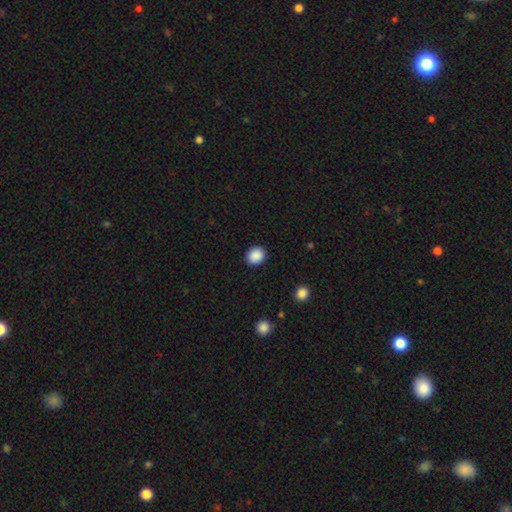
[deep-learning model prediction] smooth 89%, star or artifact 8%, featured or disk 3%. Down the decision tree: how rounded — round (73%); merging — none (90%).